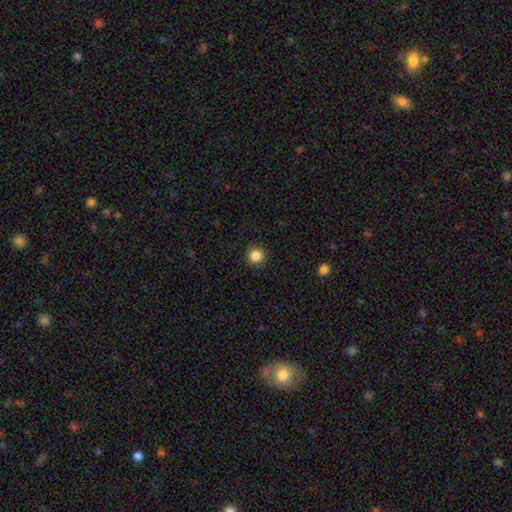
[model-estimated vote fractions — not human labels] Morphology: type=smooth (86%); roundness=round (94%); merging=none (91%).